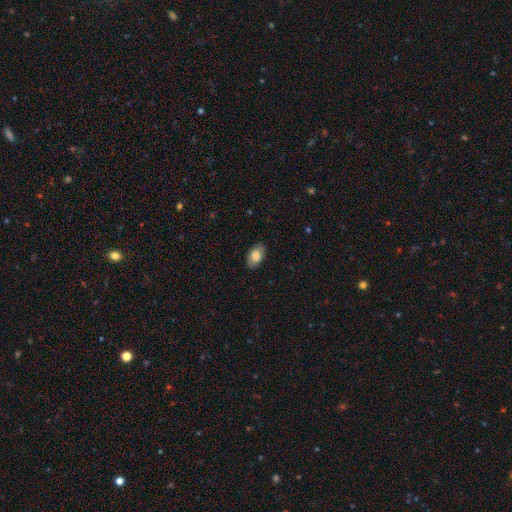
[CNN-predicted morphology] Q: Smooth or featured?
A: smooth (79%); runner-up: featured or disk (14%)
Q: How rounded?
A: in between (92%); runner-up: round (6%)
Q: Merging?
A: none (87%); runner-up: minor disturbance (10%)